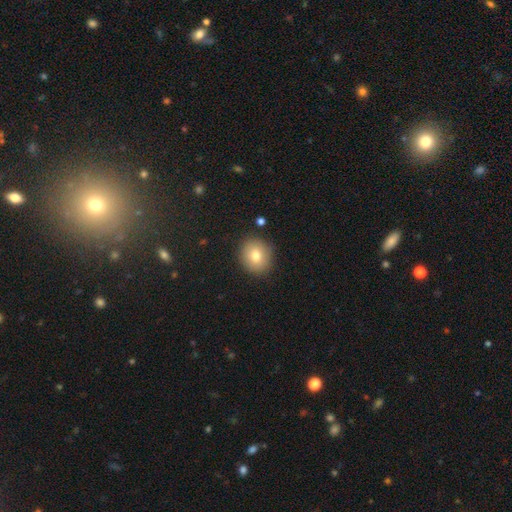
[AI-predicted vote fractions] Smooth or featured? Predicted: smooth (p=0.77). How rounded? Predicted: round (p=0.79). Merging? Predicted: none (p=0.87).